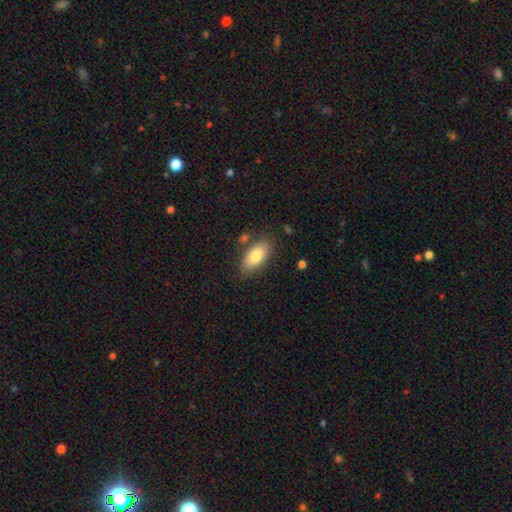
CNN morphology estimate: Overall: smooth (79%). How rounded: in between (89%). Merging: none (78%).